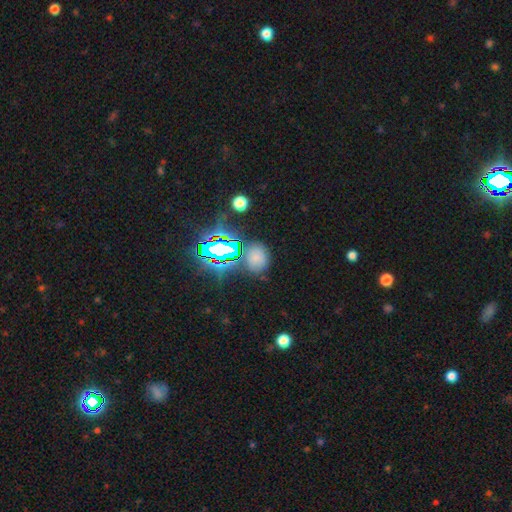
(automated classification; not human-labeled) Overall: smooth (57%; star or artifact 33%). How rounded: round (61%; in between 37%). Merging: none (76%).